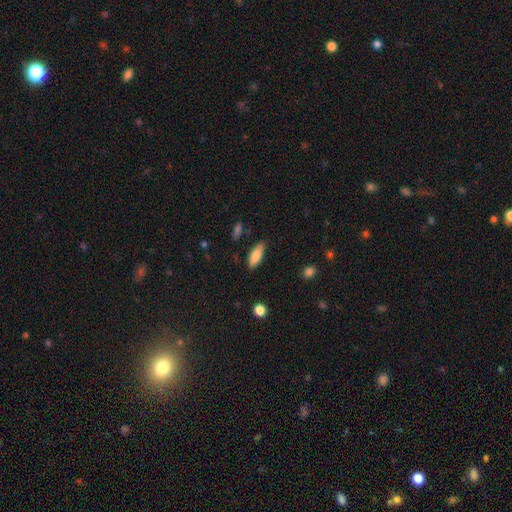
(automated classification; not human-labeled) Morphology: type=smooth (85%); roundness=in between (67%); merging=none (83%).